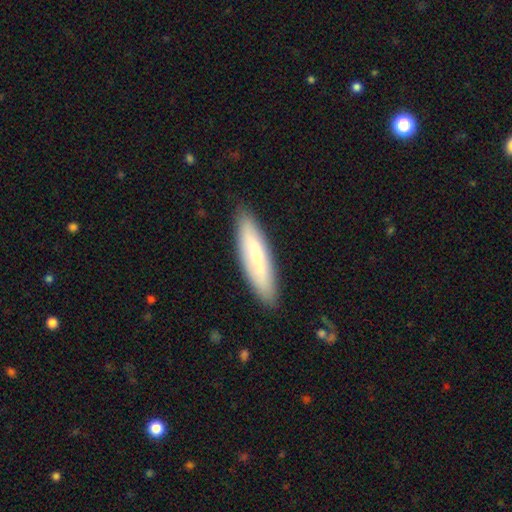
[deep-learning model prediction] smooth_or_featured: smooth (p=0.66) [alt: featured or disk p=0.28]
how_rounded: cigar-shaped (p=0.72) [alt: in between p=0.27]
merging: none (p=0.86) [alt: minor disturbance p=0.11]